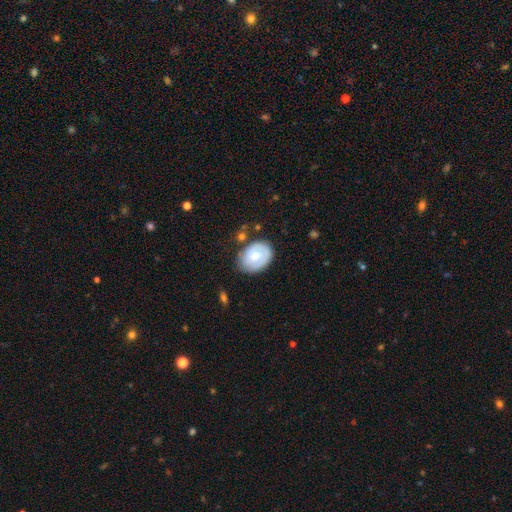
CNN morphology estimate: Q: Smooth or featured?
A: smooth (54%); runner-up: featured or disk (40%)
Q: How rounded?
A: in between (69%); runner-up: round (30%)
Q: Merging?
A: none (69%); runner-up: minor disturbance (22%)